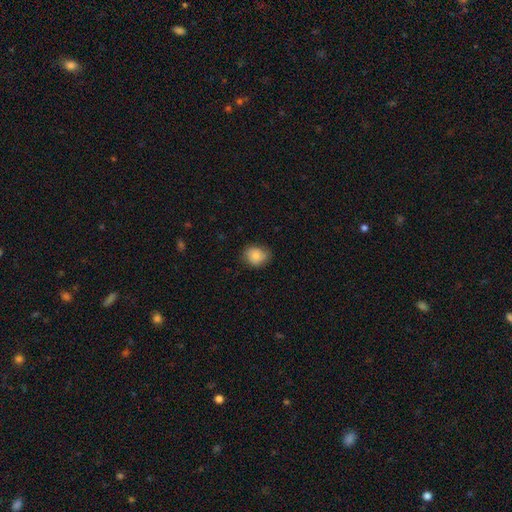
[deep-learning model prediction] Smooth or featured? Predicted: smooth (p=0.78). How rounded? Predicted: round (p=0.60). Merging? Predicted: none (p=0.73).